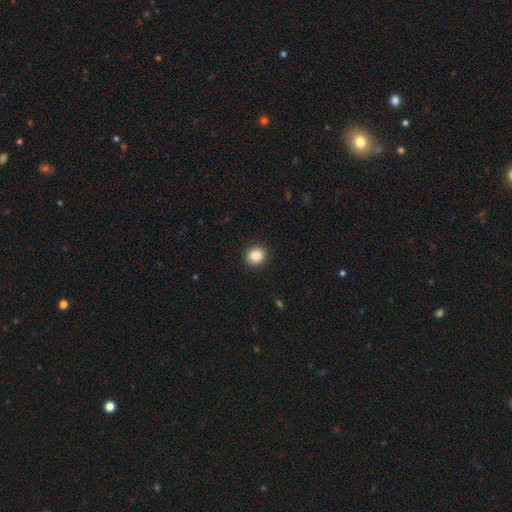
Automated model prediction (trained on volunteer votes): Overall: smooth (88%). How rounded: round (80%). Merging: none (91%).